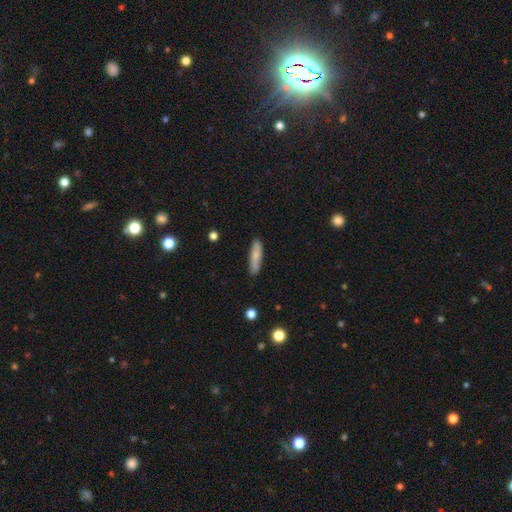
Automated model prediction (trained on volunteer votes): smooth-or-featured: smooth: 75% | featured or disk: 19% | star or artifact: 6%
  how-rounded: cigar-shaped: 73% | in between: 26% | round: 2%
  merging: none: 85% | minor disturbance: 12% | major disturbance: 2% | merger: 1%